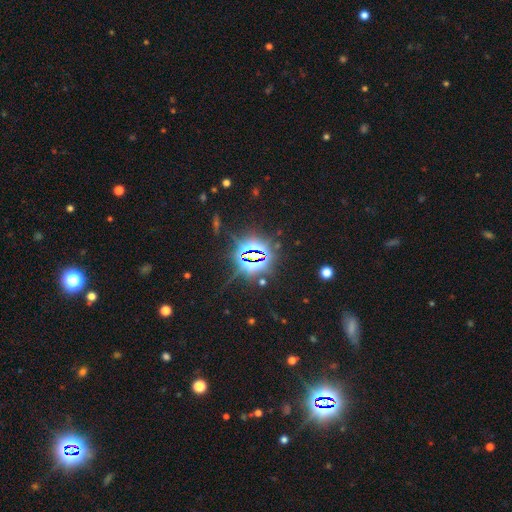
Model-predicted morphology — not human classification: star or artifact 82%, smooth 9%, featured or disk 8%.